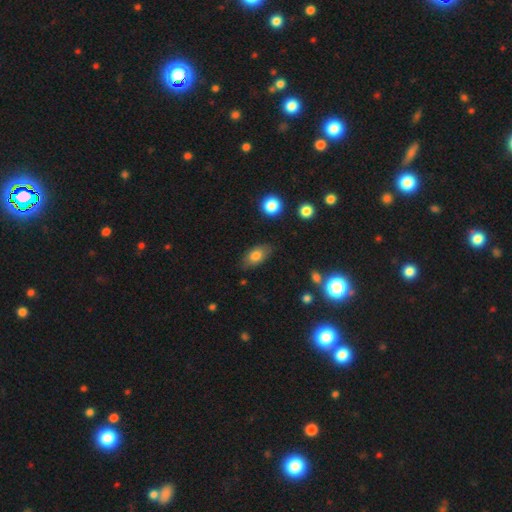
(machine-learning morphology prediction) This is likely a smooth galaxy (77%). How rounded: clearly in between (88%). Merging: likely none (79%).